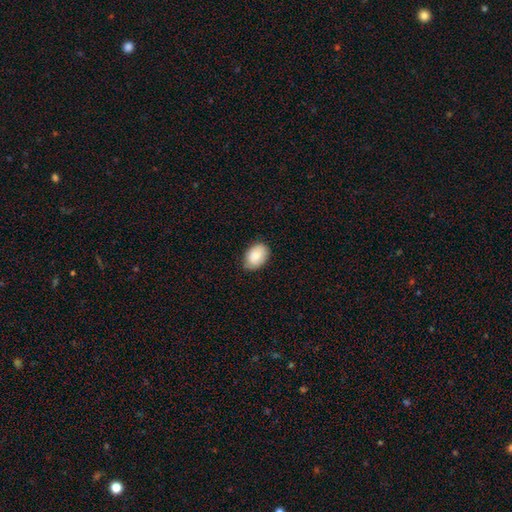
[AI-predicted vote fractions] Q: Smooth or featured?
A: smooth (86%); runner-up: featured or disk (8%)
Q: How rounded?
A: in between (85%); runner-up: round (14%)
Q: Merging?
A: none (78%); runner-up: minor disturbance (18%)